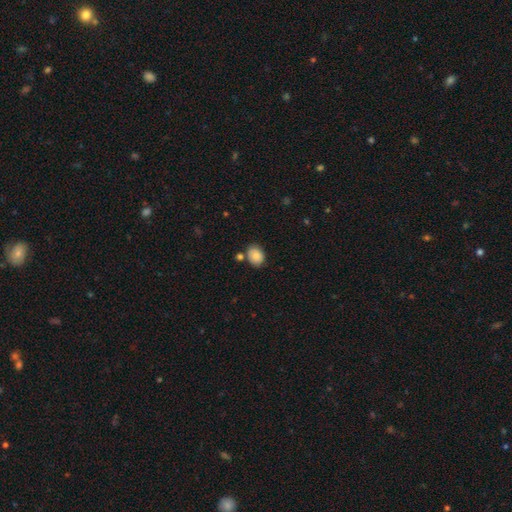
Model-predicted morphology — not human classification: Smooth or featured?
  - smooth: 84% *
  - star or artifact: 8%
  - featured or disk: 8%
How rounded?
  - in between: 55% *
  - round: 44%
  - cigar-shaped: 1%
Merging?
  - none: 73% *
  - minor disturbance: 14%
  - merger: 10%
  - major disturbance: 3%